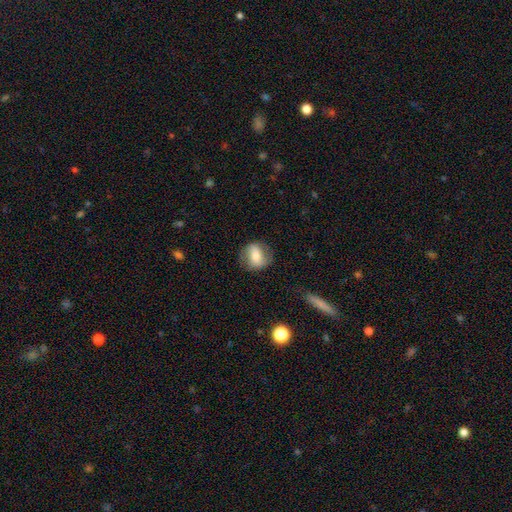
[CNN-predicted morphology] Overall: smooth (57%; featured or disk 35%). How rounded: round (58%; in between 40%). Merging: none (77%).